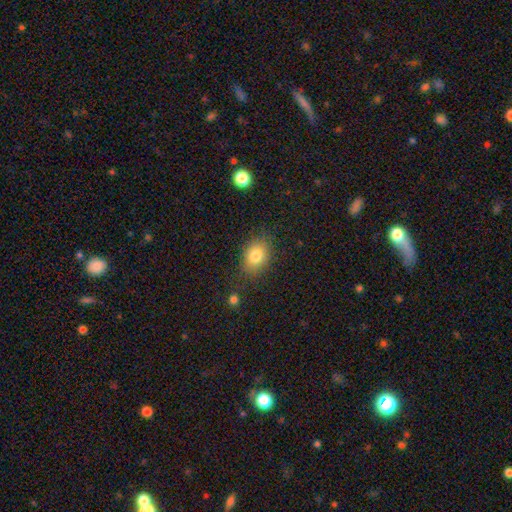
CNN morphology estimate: This appears to be a smooth galaxy with no disk features (81%) that is in between round and cigar-shaped (69%). Merging: none (80%).